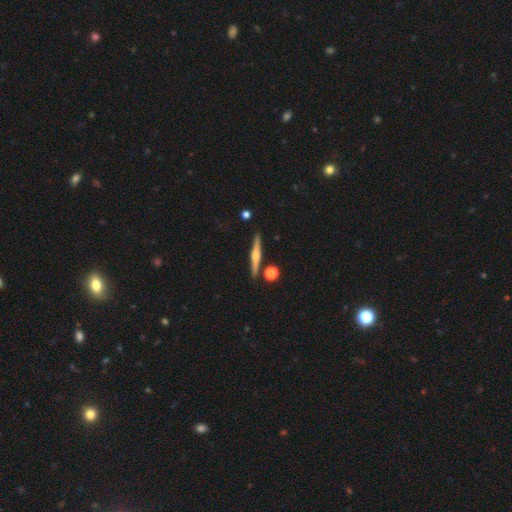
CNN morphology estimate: Smooth or featured: featured or disk — 65% (smooth — 28%)
Edge-on disk: yes — 98% (no — 2%)
Edge-on bulge: rounded — 83% (boxy — 9%)
Merging: none — 87% (minor disturbance — 7%)